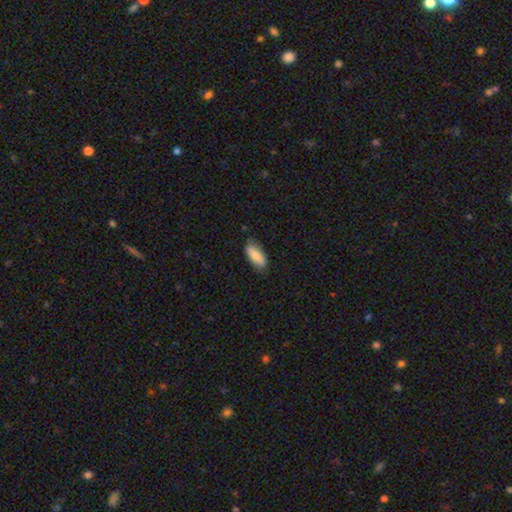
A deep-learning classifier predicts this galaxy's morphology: Q: Smooth or featured?
A: smooth (84%); runner-up: featured or disk (11%)
Q: How rounded?
A: in between (81%); runner-up: cigar-shaped (17%)
Q: Merging?
A: none (78%); runner-up: minor disturbance (17%)